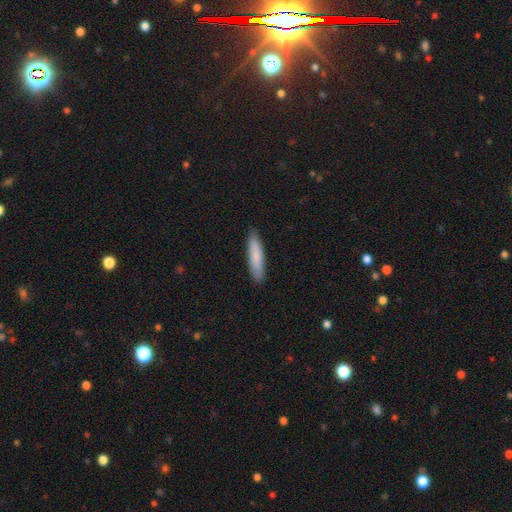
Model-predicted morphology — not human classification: This appears to be a smooth galaxy with no disk features (82%) that is cigar-shaped (83%). Merging: none (89%).